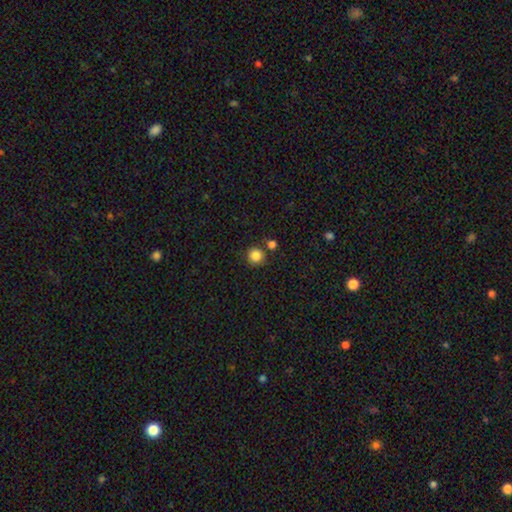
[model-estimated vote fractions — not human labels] Smooth or featured? Predicted: smooth (p=0.85). How rounded? Predicted: round (p=0.93). Merging? Predicted: none (p=0.80).